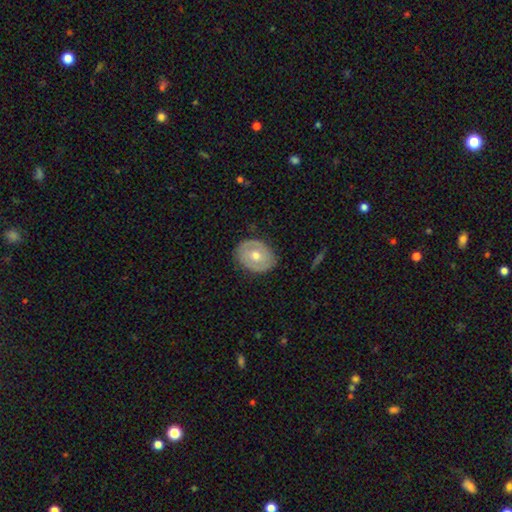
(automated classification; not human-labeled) Q: Smooth or featured?
A: featured or disk (53%); runner-up: smooth (42%)
Q: Edge-on disk?
A: no (94%); runner-up: yes (6%)
Q: Merging?
A: none (83%); runner-up: minor disturbance (13%)